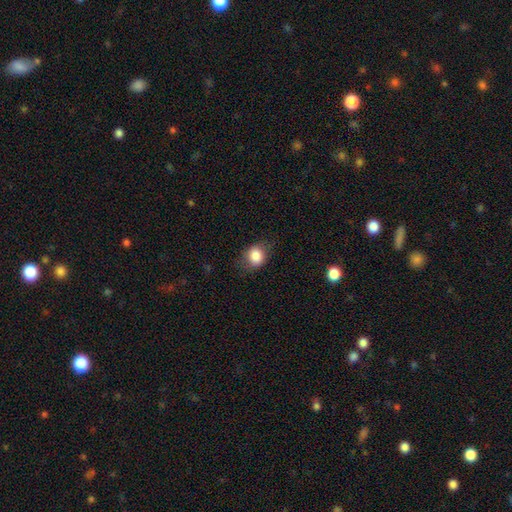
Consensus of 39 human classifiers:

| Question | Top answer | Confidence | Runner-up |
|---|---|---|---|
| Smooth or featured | smooth | 92% | star or artifact (5%) |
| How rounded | round | 67% | in between (33%) |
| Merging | none | 70% | minor disturbance (19%) |